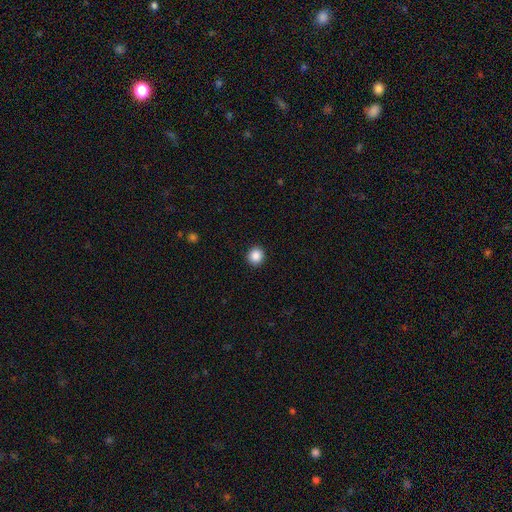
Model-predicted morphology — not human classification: type=smooth (88%); roundness=round (90%); merging=none (92%).